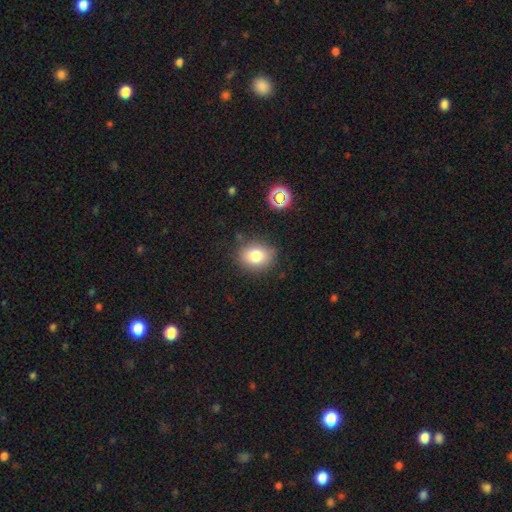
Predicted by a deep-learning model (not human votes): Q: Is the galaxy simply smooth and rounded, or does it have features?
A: smooth — 79%.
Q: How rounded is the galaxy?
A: round — 54%.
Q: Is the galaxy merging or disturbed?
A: none — 83%.